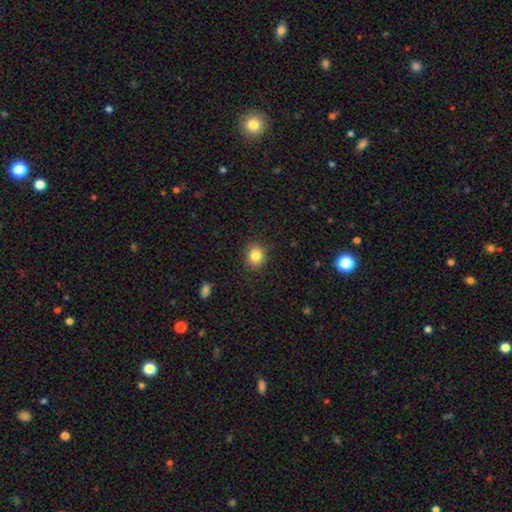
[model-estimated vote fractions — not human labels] The model was most divided on "how rounded": round: 79%, in between: 20%, cigar-shaped: 1%. More confident: merging — none (89%); smooth or featured — smooth (84%).